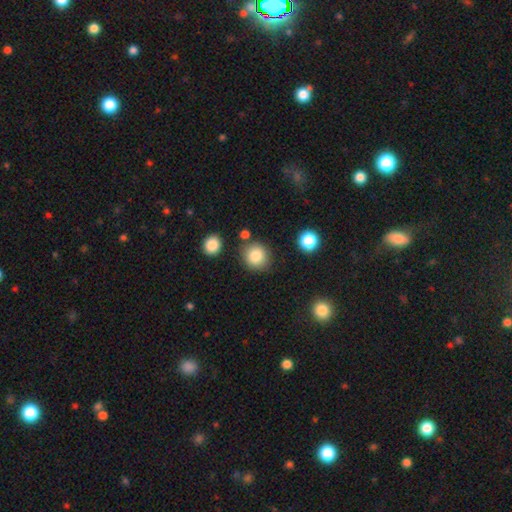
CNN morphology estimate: Q: Smooth or featured?
A: smooth (84%); runner-up: star or artifact (10%)
Q: How rounded?
A: round (86%); runner-up: in between (13%)
Q: Merging?
A: none (81%); runner-up: minor disturbance (10%)